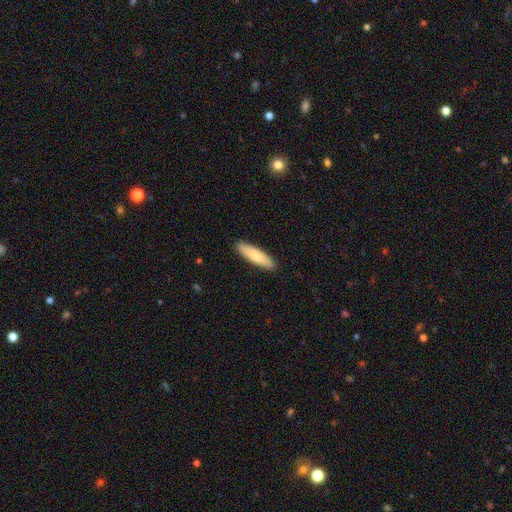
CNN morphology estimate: Overall: smooth (79%). How rounded: cigar-shaped (72%). Merging: none (90%).